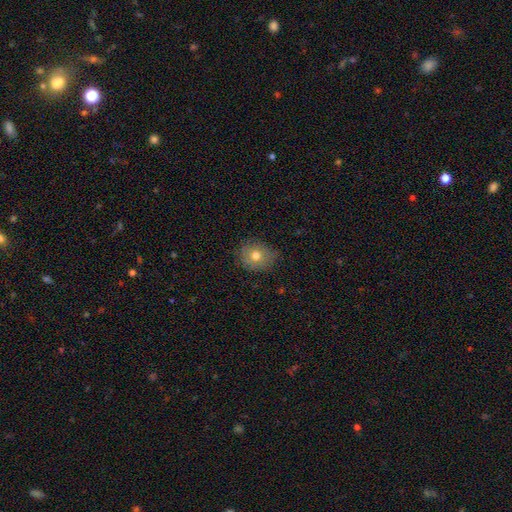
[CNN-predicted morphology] smooth 74%, featured or disk 14%, star or artifact 11%. Down the decision tree: how rounded — round (78%); merging — none (76%).